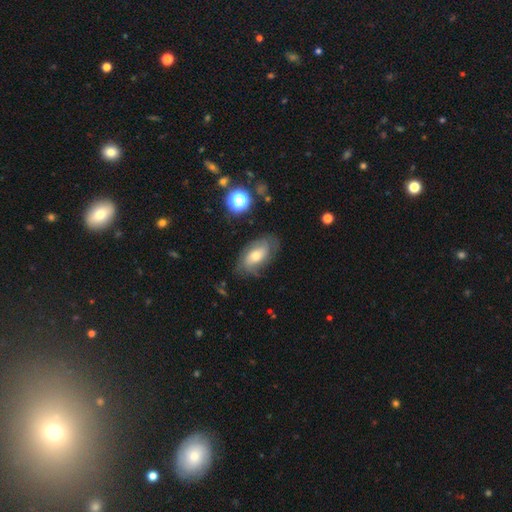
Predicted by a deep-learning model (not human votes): Morphology: type=featured or disk (59%); edge-on=no (91%); bar=no (60%); spiral arms=yes (83%); bulge=moderate (62%); merging=none (70%).